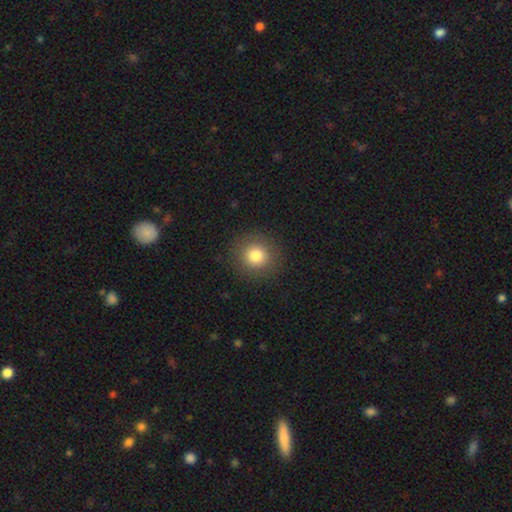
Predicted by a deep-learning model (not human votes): Smooth or featured?
  - smooth: 80% *
  - star or artifact: 12%
  - featured or disk: 8%
How rounded?
  - round: 92% *
  - in between: 7%
  - cigar-shaped: 1%
Merging?
  - none: 89% *
  - minor disturbance: 7%
  - major disturbance: 3%
  - merger: 1%